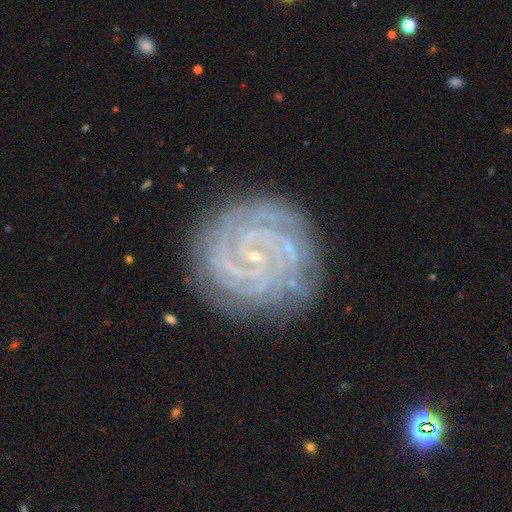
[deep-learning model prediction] A featured or disk galaxy (89%) with no bar (55%), 2 (26%) tight (86%) spiral arms (98%) and a small central bulge (87%).

Vote fractions:
- Smooth or featured? featured or disk: 89% / star or artifact: 6% / smooth: 5%
- Edge-on disk? no: 98% / yes: 2%
- Bar? no: 55% / weak: 31% / strong: 14%
- Spiral arms? yes: 98% / no: 2%
- Spiral winding? tight: 86% / medium: 13% / loose: 2%
- Spiral arm count? 2: 26% / 3: 22% / 4: 18% / can't tell: 15% / more than 4: 11% / 1: 8%
- Bulge size? small: 87% / moderate: 6% / none: 5% / large: 1% / dominant: 1%
- Merging? none: 82% / minor disturbance: 13% / major disturbance: 3% / merger: 1%